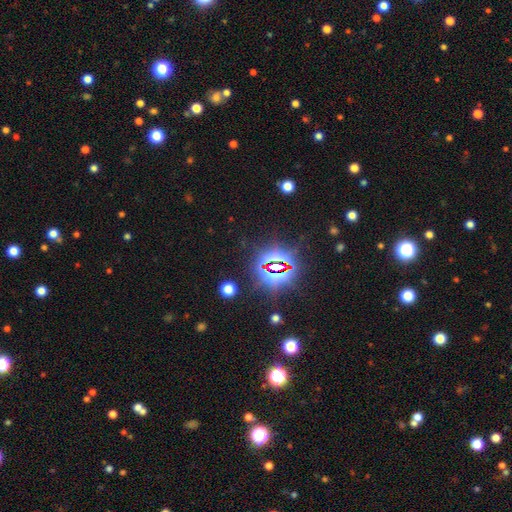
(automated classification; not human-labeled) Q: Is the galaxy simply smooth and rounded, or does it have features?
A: star or artifact — 78%.